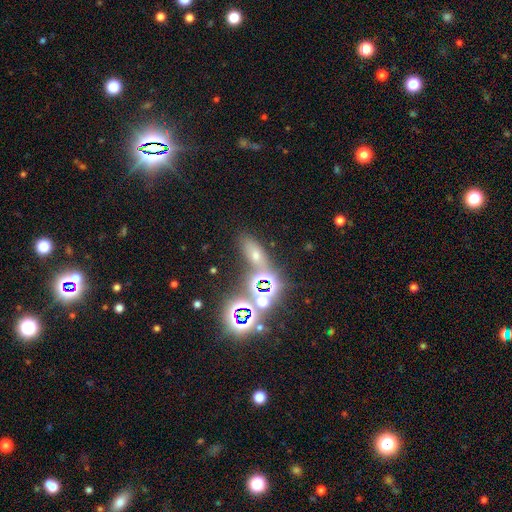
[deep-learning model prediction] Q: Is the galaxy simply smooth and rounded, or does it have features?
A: star or artifact — 44%.